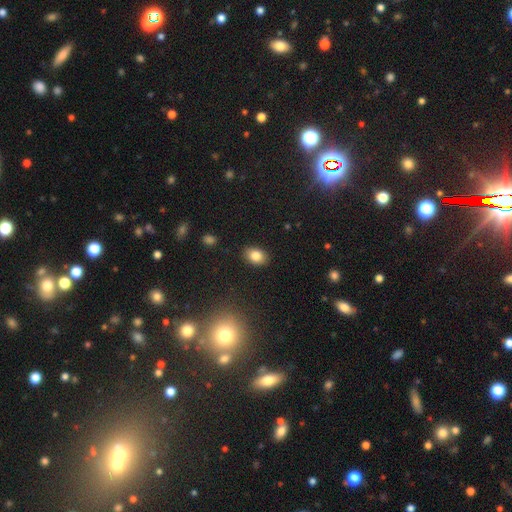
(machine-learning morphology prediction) Smooth or featured? Predicted: smooth (p=0.83). How rounded? Predicted: in between (p=0.79). Merging? Predicted: none (p=0.87).